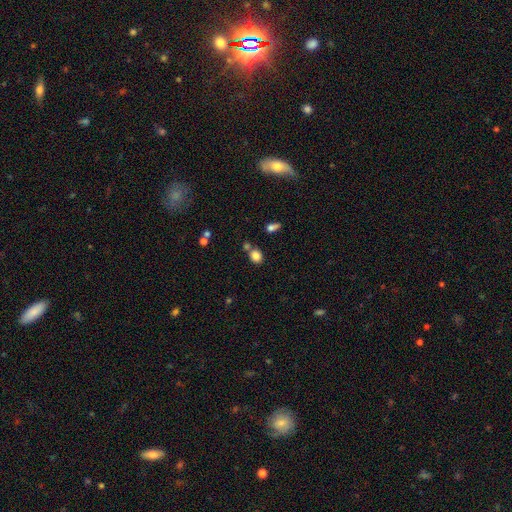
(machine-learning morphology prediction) smooth_or_featured: smooth (p=0.83) [alt: star or artifact p=0.11]
how_rounded: round (p=0.54) [alt: in between p=0.44]
merging: none (p=0.65) [alt: merger p=0.19]